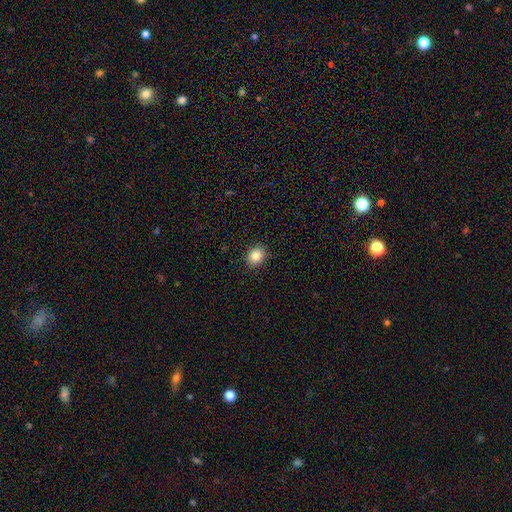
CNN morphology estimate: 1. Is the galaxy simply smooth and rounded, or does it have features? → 87% smooth, 9% star or artifact, 4% featured or disk.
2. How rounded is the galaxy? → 61% round, 38% in between, 1% cigar-shaped.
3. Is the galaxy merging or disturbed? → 89% none, 7% minor disturbance, 2% major disturbance, 1% merger.